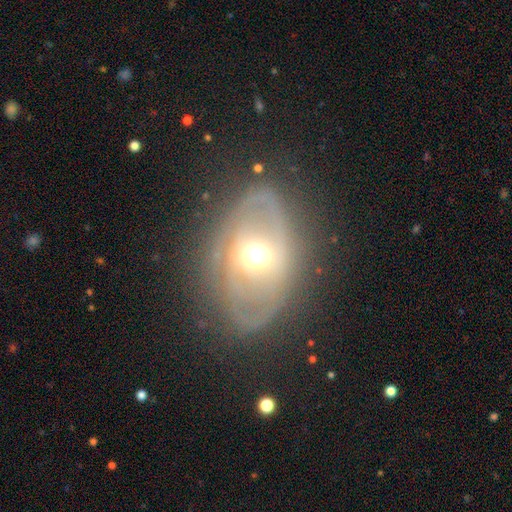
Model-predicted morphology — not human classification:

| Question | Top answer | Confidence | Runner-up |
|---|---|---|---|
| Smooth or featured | featured or disk | 70% | smooth (22%) |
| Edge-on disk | no | 92% | yes (8%) |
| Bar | no | 68% | weak (22%) |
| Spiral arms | yes | 58% | no (42%) |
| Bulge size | moderate | 67% | large (17%) |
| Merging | none | 72% | minor disturbance (16%) |